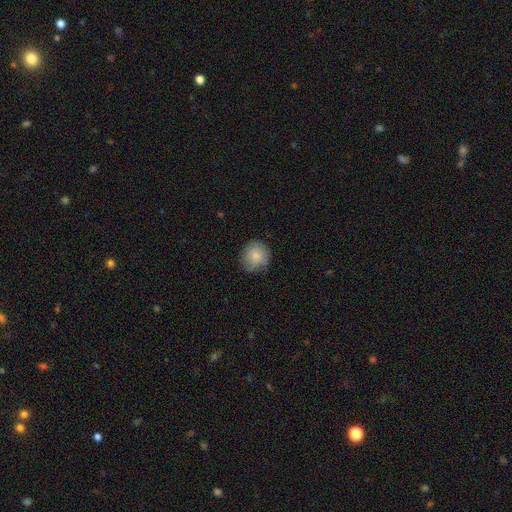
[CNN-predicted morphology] smooth_or_featured: smooth (p=0.84) [alt: featured or disk p=0.09]
how_rounded: round (p=0.87) [alt: in between p=0.12]
merging: none (p=0.78) [alt: minor disturbance p=0.18]